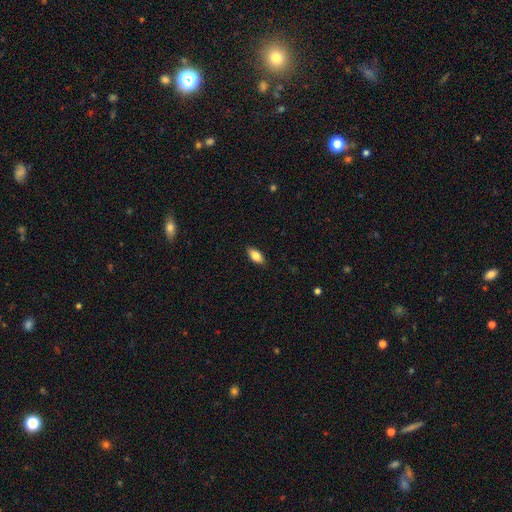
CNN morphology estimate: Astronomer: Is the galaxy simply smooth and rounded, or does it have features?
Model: smooth — 82%.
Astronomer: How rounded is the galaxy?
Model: in between — 89%.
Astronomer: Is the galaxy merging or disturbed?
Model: none — 88%.